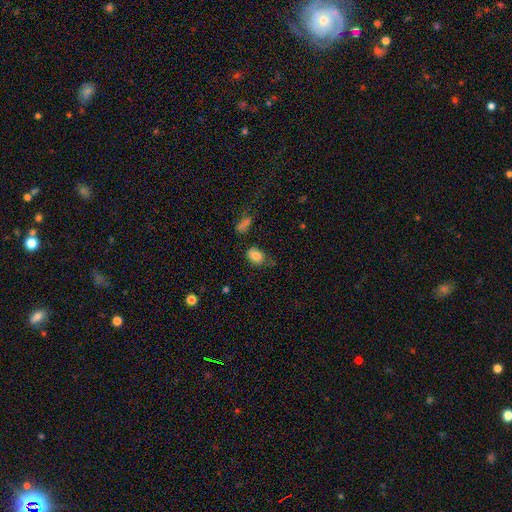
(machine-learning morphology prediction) Smooth or featured? smooth (83%)
How rounded? in between (74%)
Merging? none (55%)